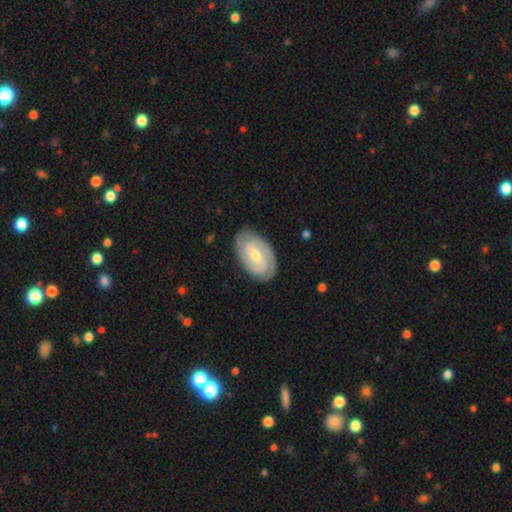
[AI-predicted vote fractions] This appears to be a featured or disk galaxy (80%) with a weak bar (48%), 2 (64%) tight (70%) spiral arms (93%) and a moderate central bulge (54%). Merging: none (82%).